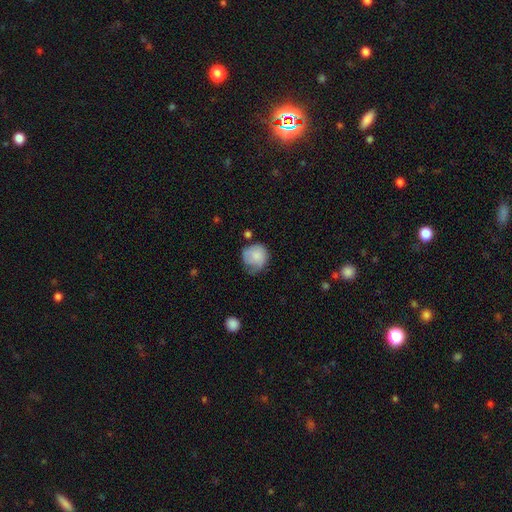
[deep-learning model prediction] Smooth or featured?
  - smooth: 73% *
  - featured or disk: 20%
  - star or artifact: 7%
How rounded?
  - round: 83% *
  - in between: 17%
  - cigar-shaped: 1%
Merging?
  - none: 39% * (tied)
  - minor disturbance: 39% * (tied)
  - major disturbance: 18%
  - merger: 4%